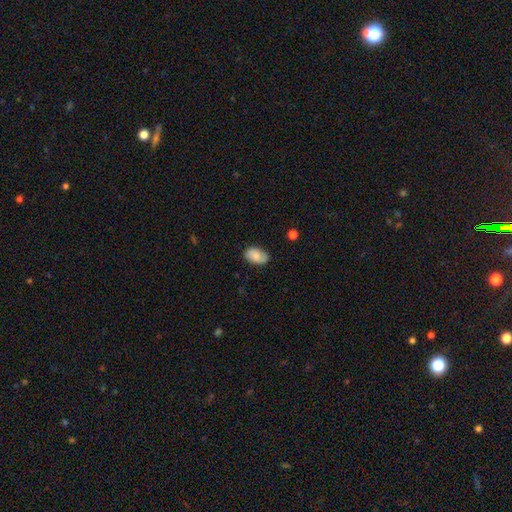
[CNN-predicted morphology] smooth 79%, featured or disk 14%, star or artifact 7%. Down the decision tree: how rounded — in between (89%); merging — none (78%).